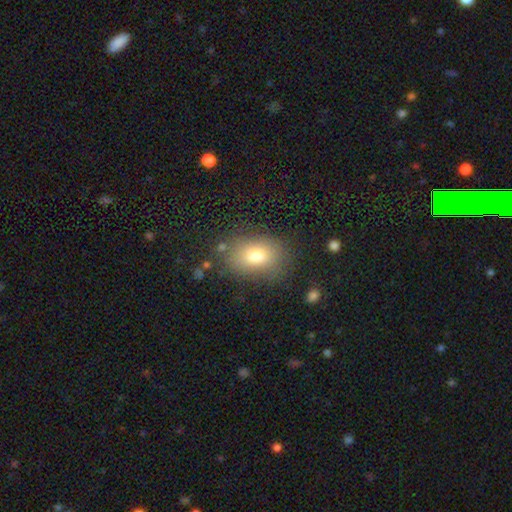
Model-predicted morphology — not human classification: The model was most divided on "how rounded": in between: 77%, round: 22%, cigar-shaped: 1%. More confident: merging — none (78%); smooth or featured — smooth (77%).